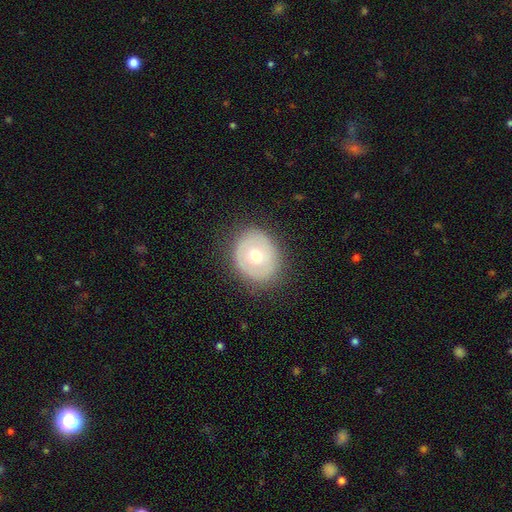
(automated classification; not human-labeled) smooth_or_featured: smooth (p=0.53) [alt: featured or disk p=0.40]
how_rounded: round (p=0.72) [alt: in between p=0.27]
merging: none (p=0.83) [alt: minor disturbance p=0.12]